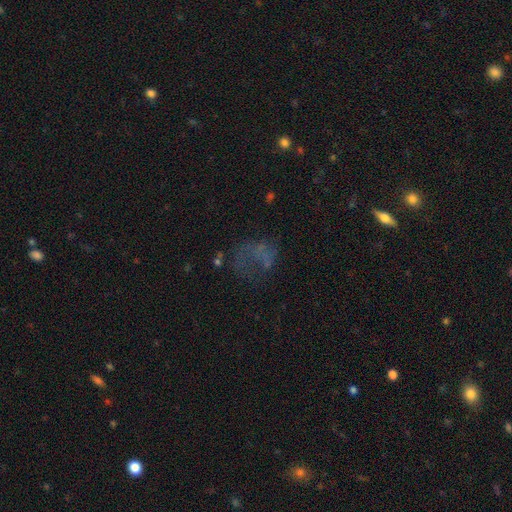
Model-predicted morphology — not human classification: Overall: star or artifact (34%; featured or disk 33%).